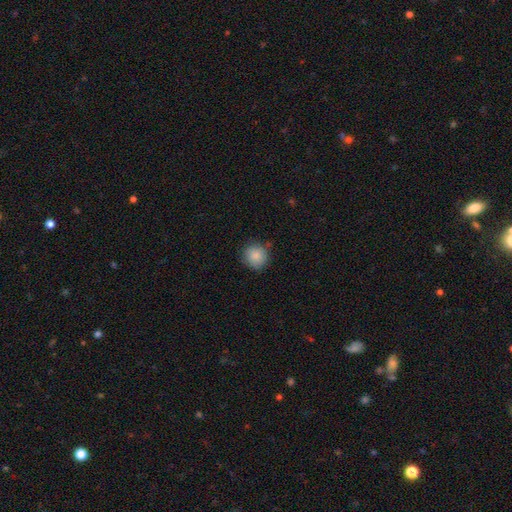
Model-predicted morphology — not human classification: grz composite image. It shows a smooth galaxy with no disk features (87%) that is round (91%). Merging: none (82%).